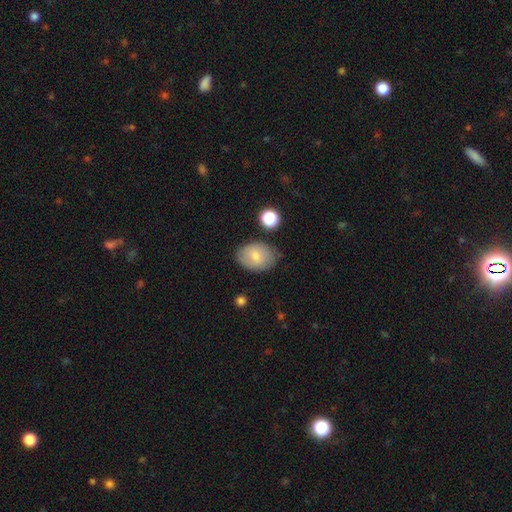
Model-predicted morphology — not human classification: Smooth or featured?
  - smooth: 74% *
  - featured or disk: 18%
  - star or artifact: 8%
How rounded?
  - in between: 77% *
  - round: 22%
  - cigar-shaped: 1%
Merging?
  - none: 77% *
  - minor disturbance: 17%
  - major disturbance: 4%
  - merger: 3%